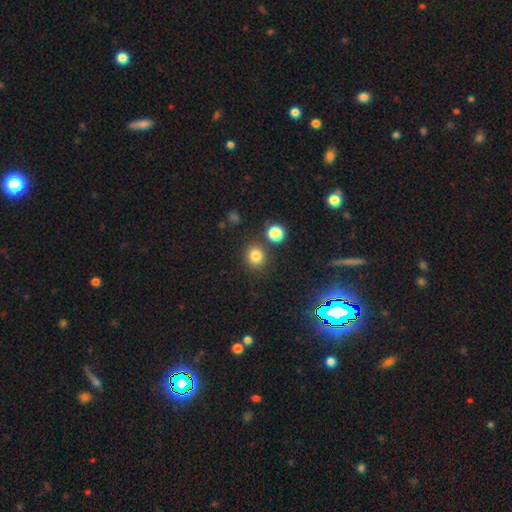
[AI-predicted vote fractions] smooth_or_featured: smooth (p=0.80) [alt: star or artifact p=0.14]
how_rounded: round (p=0.86) [alt: in between p=0.13]
merging: none (p=0.82) [alt: minor disturbance p=0.08]